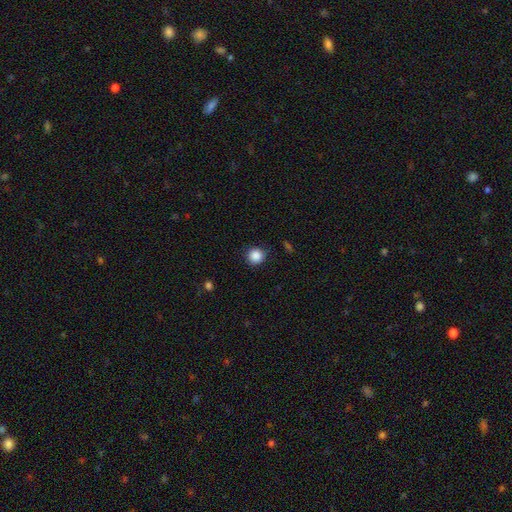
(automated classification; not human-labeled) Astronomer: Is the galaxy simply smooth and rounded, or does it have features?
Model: smooth — 87%.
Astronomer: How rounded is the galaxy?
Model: round — 93%.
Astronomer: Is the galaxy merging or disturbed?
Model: none — 88%.